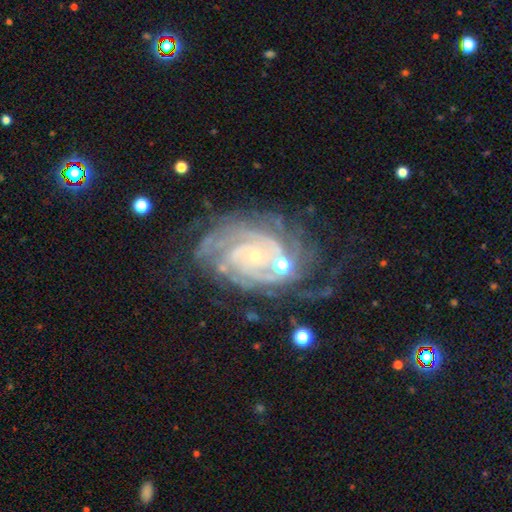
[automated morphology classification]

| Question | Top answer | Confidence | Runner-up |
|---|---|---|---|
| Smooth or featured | featured or disk | 90% | star or artifact (6%) |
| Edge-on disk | no | 97% | yes (3%) |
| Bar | no | 74% | weak (19%) |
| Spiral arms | yes | 98% | no (2%) |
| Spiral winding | tight | 77% | medium (20%) |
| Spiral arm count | can't tell | 22% | 2 (20%) |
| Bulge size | small | 82% | moderate (13%) |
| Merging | none | 60% | minor disturbance (21%) |